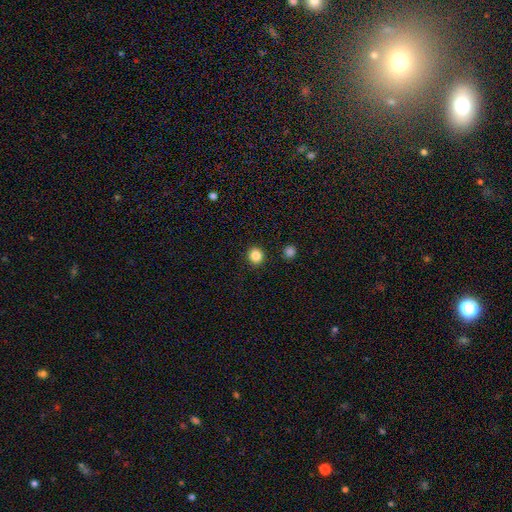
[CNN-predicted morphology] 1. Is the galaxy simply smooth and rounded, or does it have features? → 86% smooth, 11% star or artifact, 4% featured or disk.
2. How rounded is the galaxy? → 90% round, 9% in between, 1% cigar-shaped.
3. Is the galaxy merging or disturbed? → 91% none, 5% minor disturbance, 2% merger, 2% major disturbance.